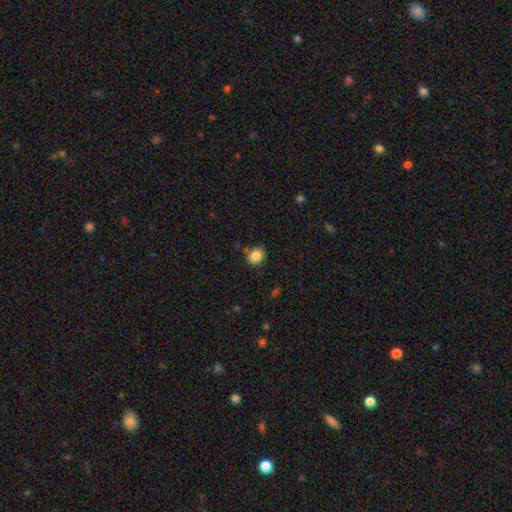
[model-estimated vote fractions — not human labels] Smooth or featured: smooth — 85% (star or artifact — 9%)
How rounded: round — 61% (in between — 38%)
Merging: none — 81% (minor disturbance — 11%)